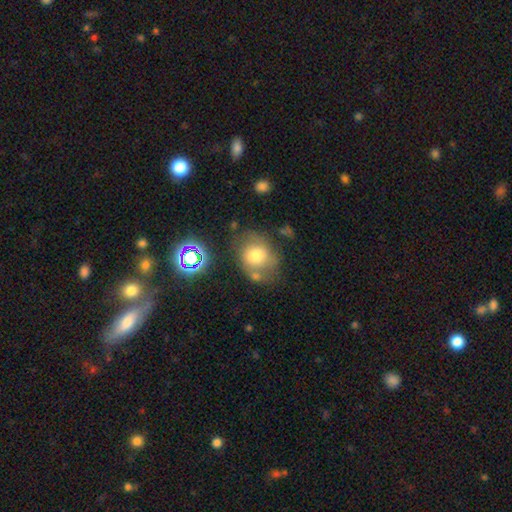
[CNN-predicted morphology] Smooth or featured: smooth — 61% (featured or disk — 25%)
How rounded: round — 60% (in between — 39%)
Merging: none — 51% (minor disturbance — 24%)